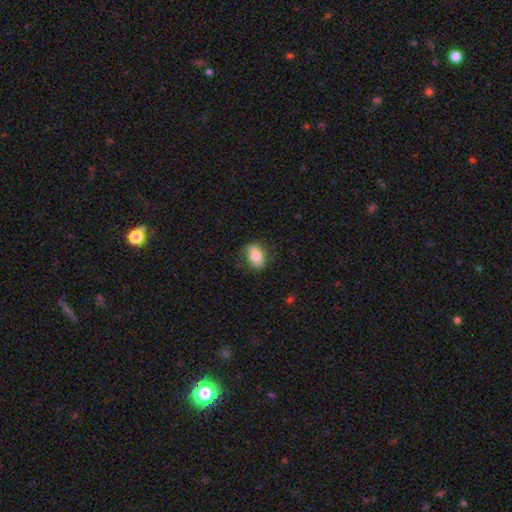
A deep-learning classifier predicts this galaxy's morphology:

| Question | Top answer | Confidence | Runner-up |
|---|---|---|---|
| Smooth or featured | smooth | 76% | featured or disk (16%) |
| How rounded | in between | 76% | round (22%) |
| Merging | none | 78% | minor disturbance (16%) |